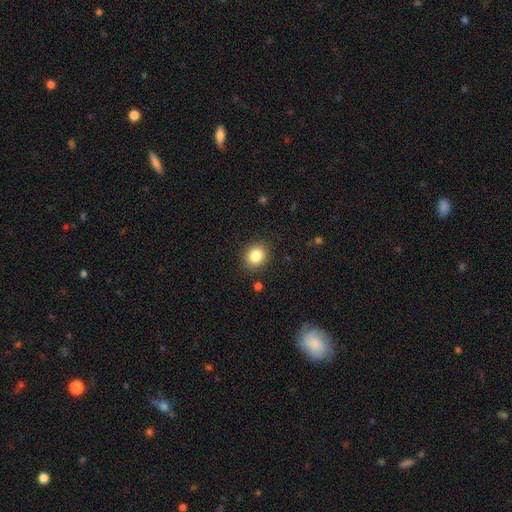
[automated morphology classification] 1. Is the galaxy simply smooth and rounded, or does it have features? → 84% smooth, 10% star or artifact, 6% featured or disk.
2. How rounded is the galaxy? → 70% round, 30% in between, 1% cigar-shaped.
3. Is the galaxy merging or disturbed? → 87% none, 8% minor disturbance, 3% major disturbance, 1% merger.